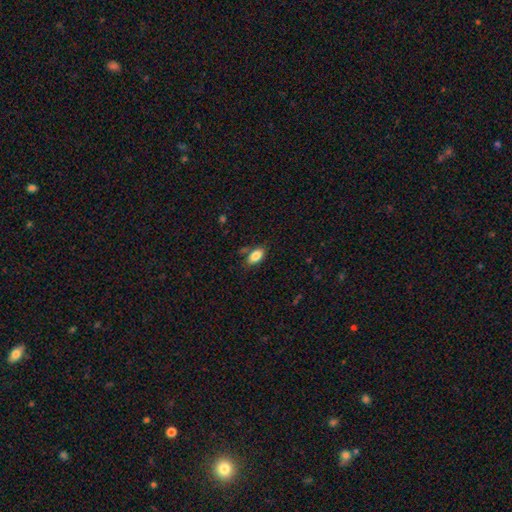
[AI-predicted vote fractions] Q: Smooth or featured?
A: smooth (85%); runner-up: star or artifact (8%)
Q: How rounded?
A: in between (91%); runner-up: round (5%)
Q: Merging?
A: none (74%); runner-up: minor disturbance (16%)